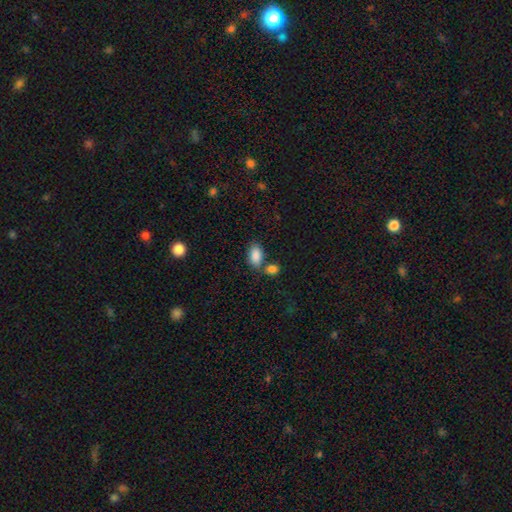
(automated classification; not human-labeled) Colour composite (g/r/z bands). It shows a smooth galaxy with no disk features (87%) that is in between round and cigar-shaped (91%). Merging: none (59%).